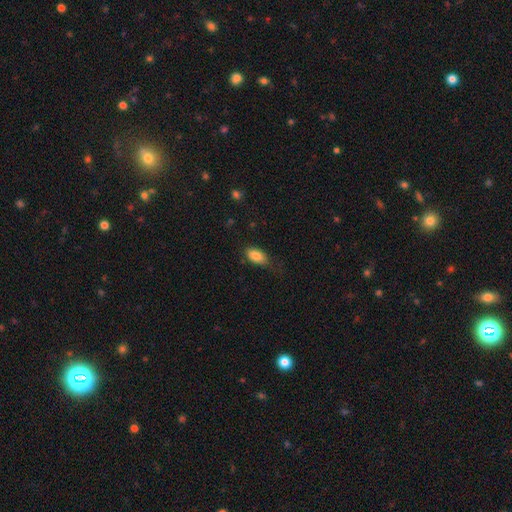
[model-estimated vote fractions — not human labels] This is clearly a smooth galaxy (85%). How rounded: clearly in between (91%). Merging: likely none (65%).